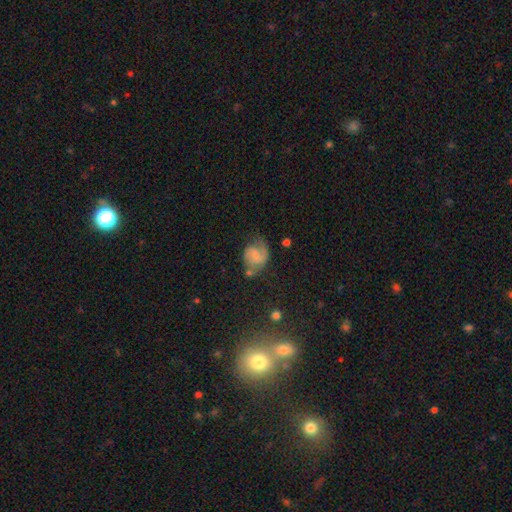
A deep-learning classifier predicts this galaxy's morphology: Smooth or featured: featured or disk — 56% (smooth — 34%)
Edge-on disk: no — 98% (yes — 2%)
Bar: no — 45% (weak — 42%)
Spiral arms: yes — 90% (no — 10%)
Bulge size: none — 53% (small — 26%)
Merging: none — 51% (minor disturbance — 26%)